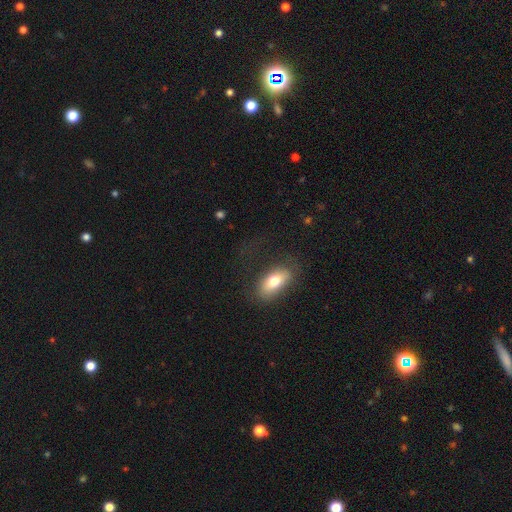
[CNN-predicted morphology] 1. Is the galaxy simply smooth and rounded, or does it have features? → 59% smooth, 22% featured or disk, 20% star or artifact.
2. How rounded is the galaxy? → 82% in between, 11% round, 7% cigar-shaped.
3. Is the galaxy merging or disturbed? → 76% none, 14% minor disturbance, 9% major disturbance, 2% merger.